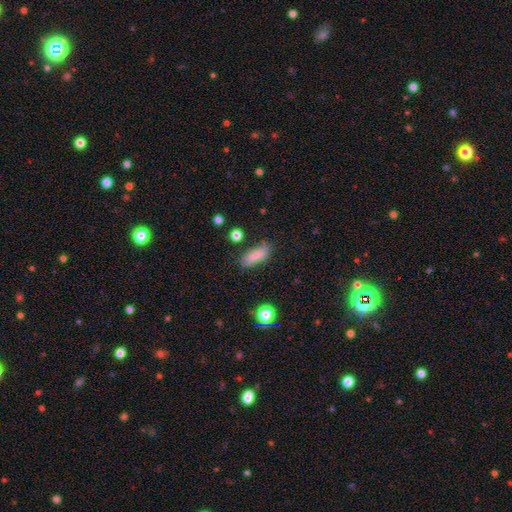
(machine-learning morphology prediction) Smooth or featured: smooth — 84% (star or artifact — 8%)
How rounded: in between — 70% (cigar-shaped — 27%)
Merging: none — 78% (minor disturbance — 15%)